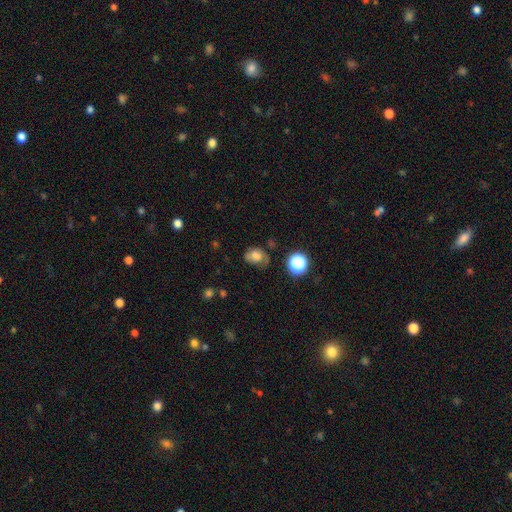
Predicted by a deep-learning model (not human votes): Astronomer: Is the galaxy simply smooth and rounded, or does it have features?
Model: smooth — 63%.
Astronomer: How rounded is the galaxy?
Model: in between — 61% (runner-up: round, 37%).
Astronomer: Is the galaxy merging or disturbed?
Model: none — 51% (runner-up: minor disturbance, 30%).